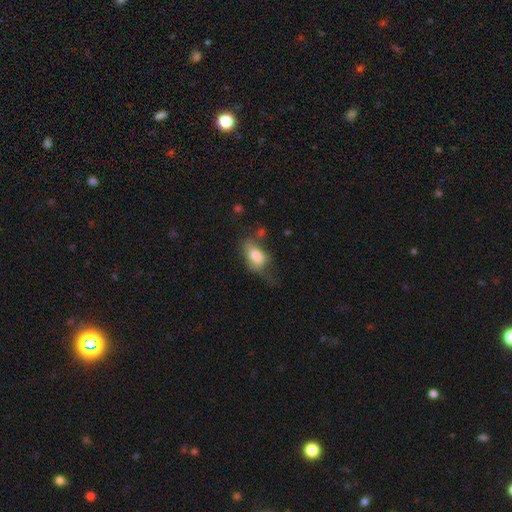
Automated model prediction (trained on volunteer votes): A smooth galaxy with no disk features (73%) that is in between round and cigar-shaped (87%). Merging: major disturbance (32%).